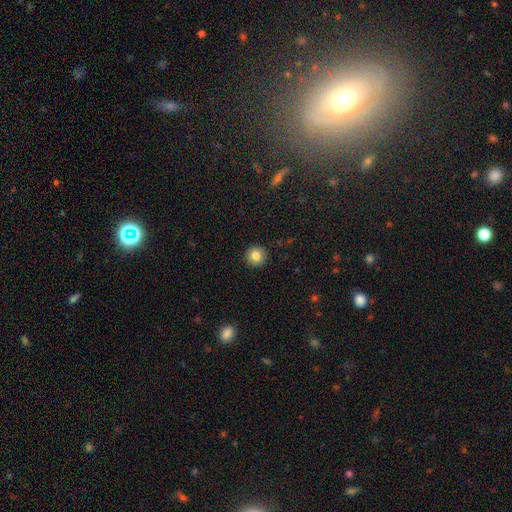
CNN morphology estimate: Smooth or featured? smooth (84%)
How rounded? round (95%)
Merging? none (92%)